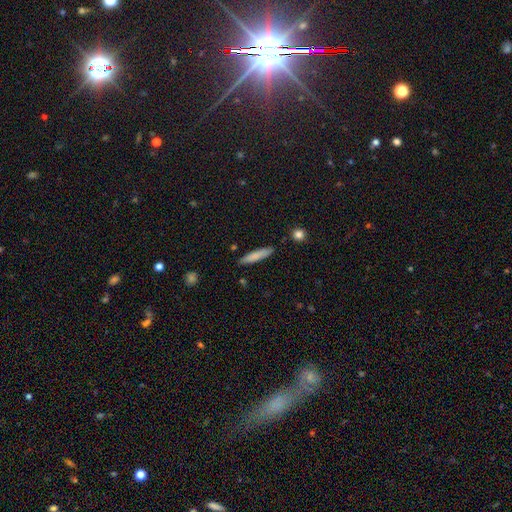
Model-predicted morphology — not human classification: Smooth or featured? Predicted: smooth (p=0.79). How rounded? Predicted: cigar-shaped (p=0.90). Merging? Predicted: none (p=0.86).